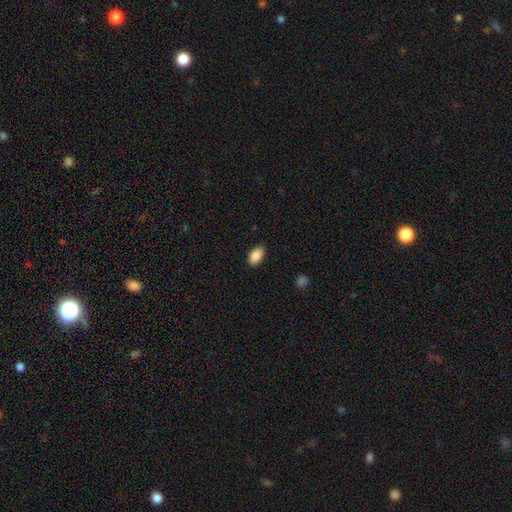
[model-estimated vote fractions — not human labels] smooth 89%, star or artifact 7%, featured or disk 4%. Down the decision tree: how rounded — in between (93%); merging — none (89%).